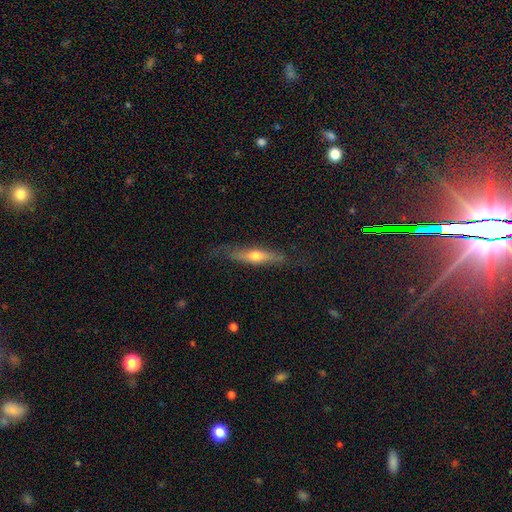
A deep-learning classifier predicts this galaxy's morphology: A featured or disk galaxy (56%) viewed edge-on (89%) with a rounded central bulge (90%).

Vote fractions:
- Smooth or featured? featured or disk: 56% / smooth: 38% / star or artifact: 6%
- Edge-on disk? yes: 89% / no: 11%
- Edge-on bulge? rounded: 90% / none: 7% / boxy: 3%
- Merging? none: 75% / minor disturbance: 18% / major disturbance: 5% / merger: 1%